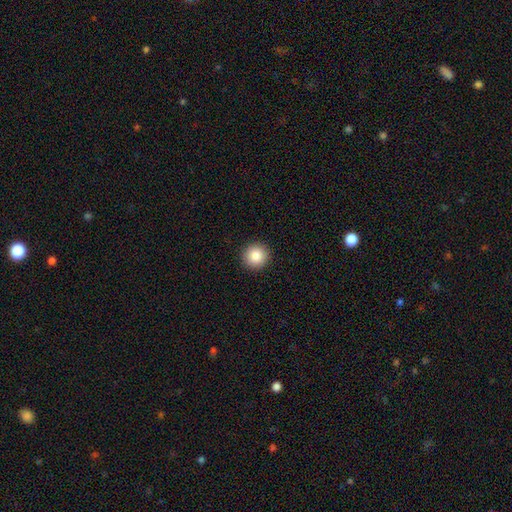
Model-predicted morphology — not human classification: smooth_or_featured: smooth (p=0.86) [alt: star or artifact p=0.09]
how_rounded: round (p=0.94) [alt: in between p=0.05]
merging: none (p=0.93) [alt: minor disturbance p=0.05]